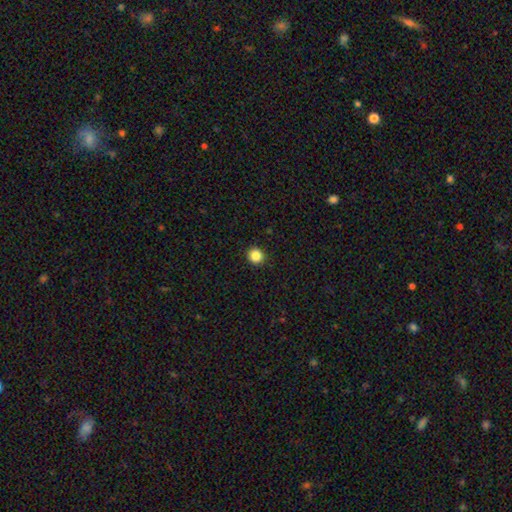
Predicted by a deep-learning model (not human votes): Smooth or featured: smooth — 86% (star or artifact — 11%)
How rounded: round — 91% (in between — 8%)
Merging: none — 93% (minor disturbance — 5%)